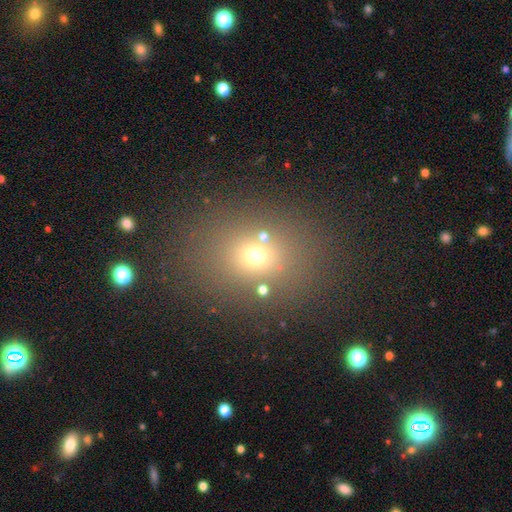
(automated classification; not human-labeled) Smooth or featured? Predicted: smooth (p=0.64). How rounded? Predicted: round (p=0.51). Merging? Predicted: none (p=0.78).